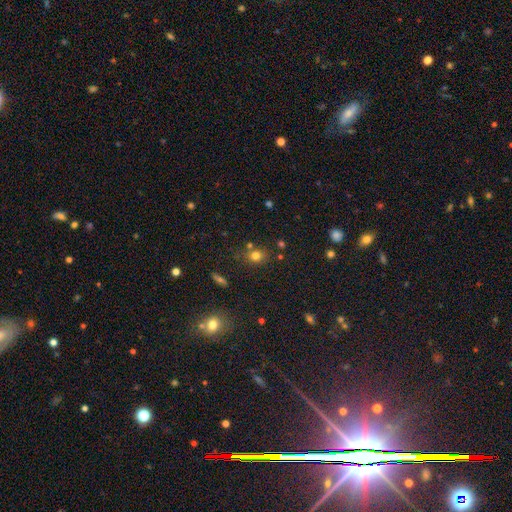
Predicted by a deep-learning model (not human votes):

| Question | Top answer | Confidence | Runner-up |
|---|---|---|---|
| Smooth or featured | smooth | 76% | star or artifact (16%) |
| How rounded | round | 67% | in between (32%) |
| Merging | none | 72% | minor disturbance (13%) |